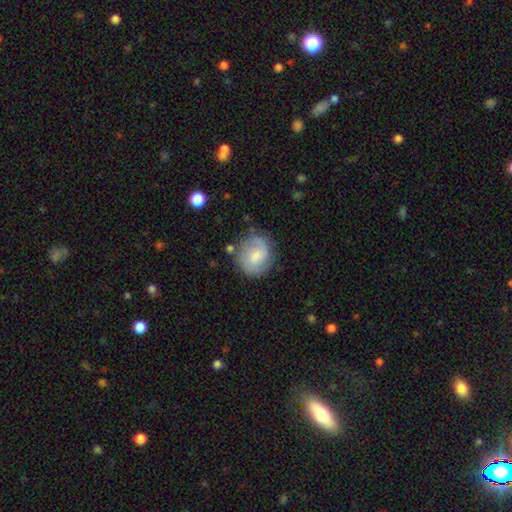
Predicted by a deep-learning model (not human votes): This appears to be a featured or disk galaxy (49%). Merging: none (69%).